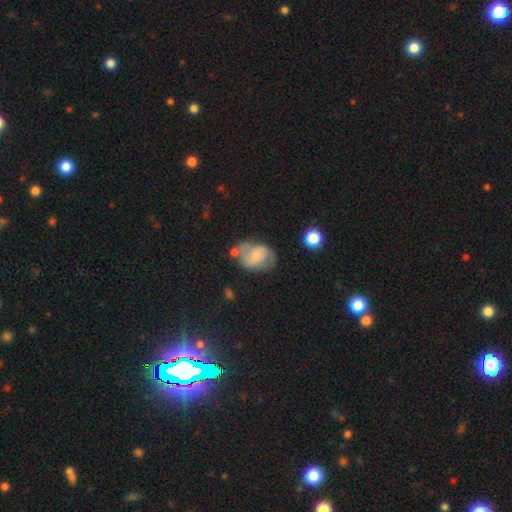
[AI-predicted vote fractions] A featured or disk galaxy (48%).

Vote fractions:
- Smooth or featured? featured or disk: 48% / smooth: 44% / star or artifact: 8%
- Merging? none: 46% / minor disturbance: 27% / major disturbance: 14% / merger: 13%